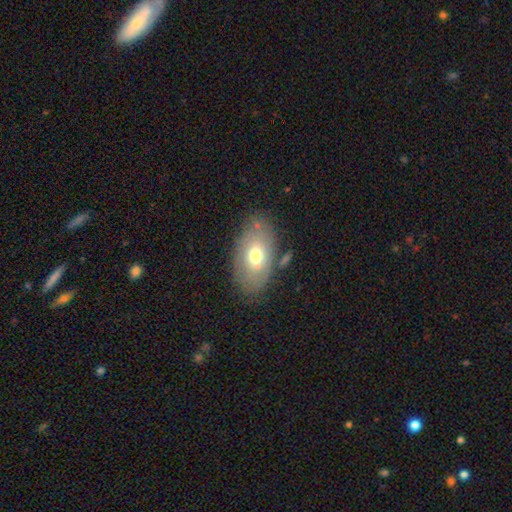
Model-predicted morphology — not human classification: Smooth or featured?
  - smooth: 64% *
  - featured or disk: 28%
  - star or artifact: 8%
How rounded?
  - in between: 91% *
  - round: 7%
  - cigar-shaped: 2%
Merging?
  - none: 75% *
  - minor disturbance: 15%
  - major disturbance: 5%
  - merger: 5%